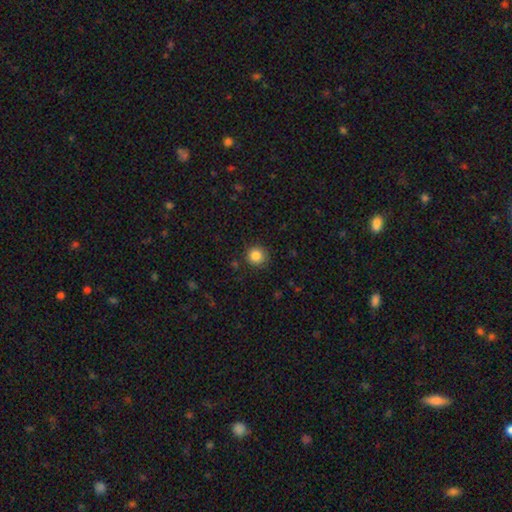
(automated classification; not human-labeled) smooth 85%, star or artifact 10%, featured or disk 4%. Down the decision tree: how rounded — round (93%); merging — none (86%).